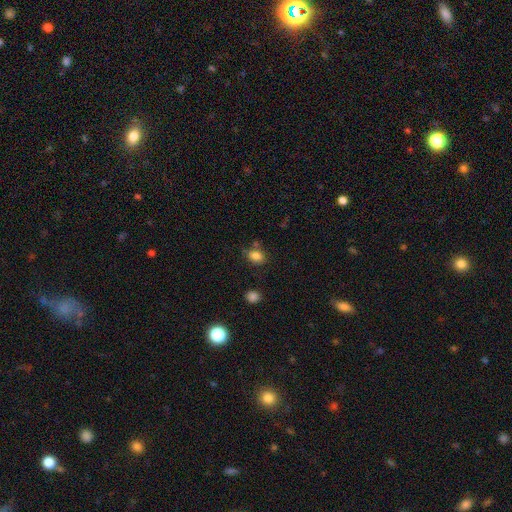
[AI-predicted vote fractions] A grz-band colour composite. It shows a smooth galaxy with no disk features (82%) that is in between round and cigar-shaped (72%). Merging: none (69%).